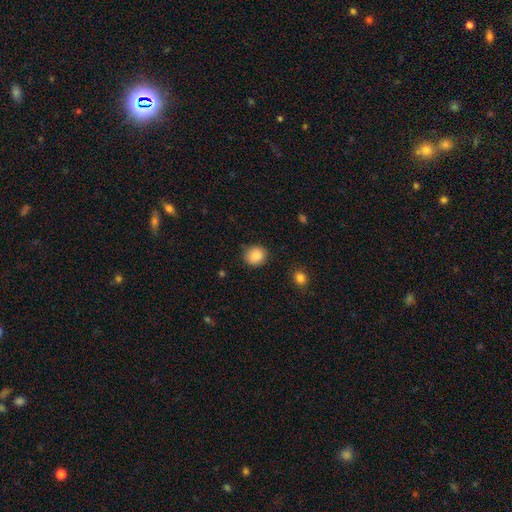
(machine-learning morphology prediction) This is clearly a smooth galaxy (88%). How rounded: likely round (75%). Merging: clearly none (86%).